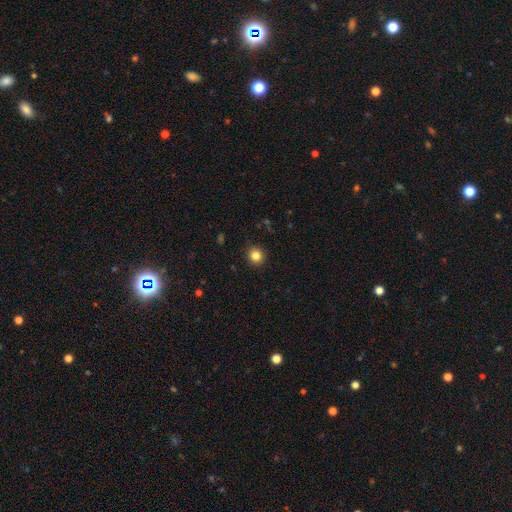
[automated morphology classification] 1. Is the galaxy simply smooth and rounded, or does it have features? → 83% smooth, 12% star or artifact, 5% featured or disk.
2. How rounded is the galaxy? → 91% round, 8% in between, 1% cigar-shaped.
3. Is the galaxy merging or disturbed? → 92% none, 6% minor disturbance, 2% major disturbance, 1% merger.